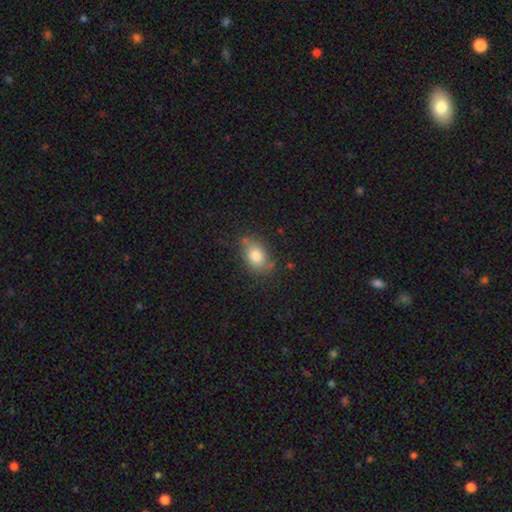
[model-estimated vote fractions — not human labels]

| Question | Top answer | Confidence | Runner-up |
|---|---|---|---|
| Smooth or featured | smooth | 79% | featured or disk (13%) |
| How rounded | in between | 80% | round (18%) |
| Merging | none | 71% | minor disturbance (21%) |